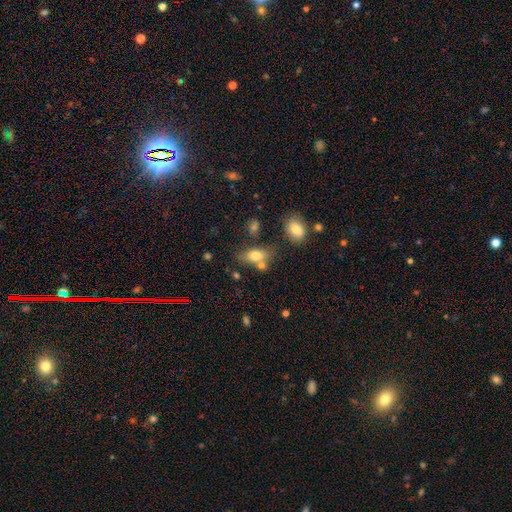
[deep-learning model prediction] Smooth or featured: smooth — 76% (featured or disk — 15%)
How rounded: in between — 83% (round — 10%)
Merging: none — 54% (merger — 25%)